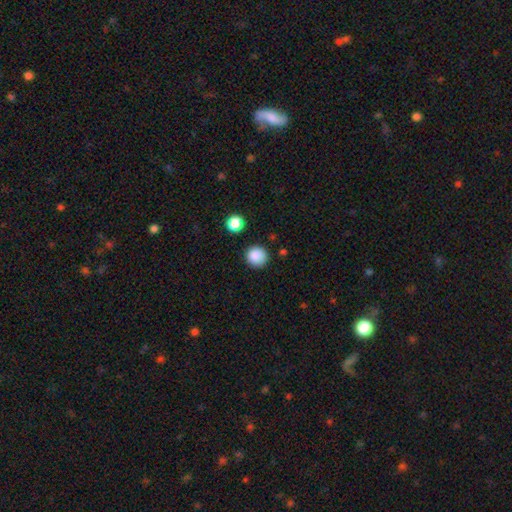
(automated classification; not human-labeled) This is clearly a smooth galaxy (87%). How rounded: clearly round (94%). Merging: clearly none (87%).